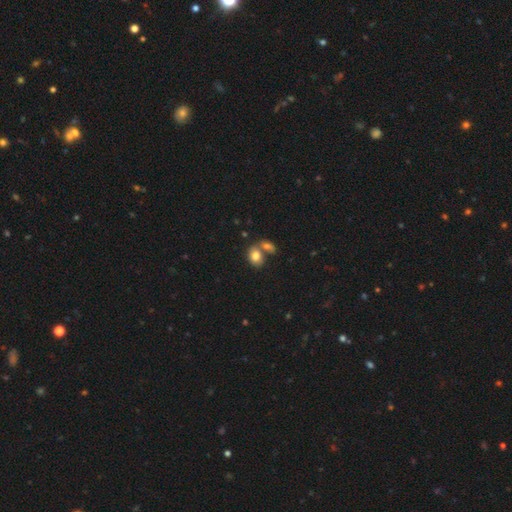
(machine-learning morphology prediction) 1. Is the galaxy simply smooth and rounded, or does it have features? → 79% smooth, 12% featured or disk, 9% star or artifact.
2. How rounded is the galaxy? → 68% in between, 30% round, 1% cigar-shaped.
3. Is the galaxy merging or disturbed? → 48% merger, 37% none, 10% minor disturbance, 4% major disturbance.